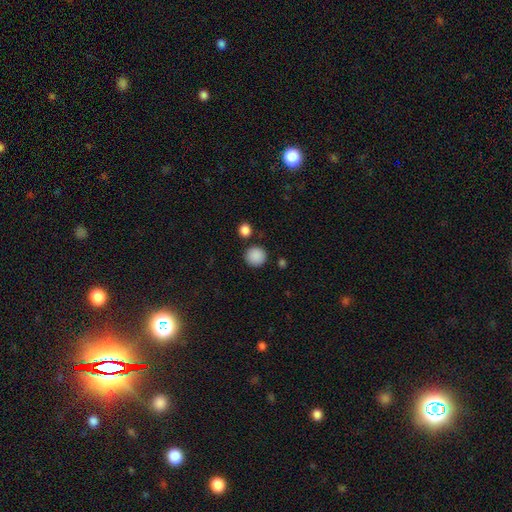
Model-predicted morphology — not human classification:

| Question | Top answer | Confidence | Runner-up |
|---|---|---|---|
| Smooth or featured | smooth | 88% | star or artifact (9%) |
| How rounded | round | 92% | in between (8%) |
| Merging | none | 85% | minor disturbance (8%) |